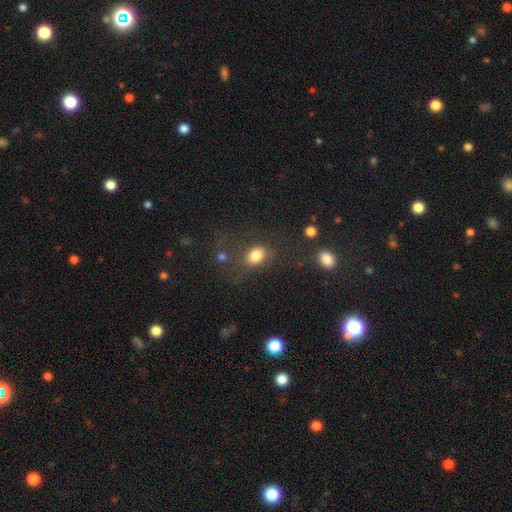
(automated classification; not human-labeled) smooth-or-featured: smooth: 81% | star or artifact: 11% | featured or disk: 8%
  how-rounded: in between: 61% | round: 38% | cigar-shaped: 1%
  merging: none: 62% | minor disturbance: 18% | major disturbance: 11% | merger: 9%